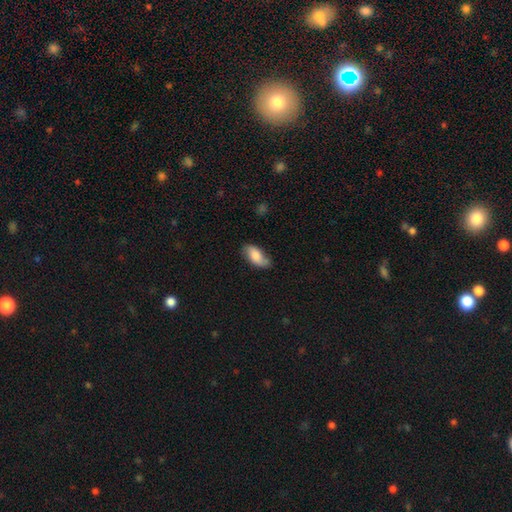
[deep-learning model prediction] This appears to be a smooth galaxy with no disk features (74%) that is in between round and cigar-shaped (91%). Merging: none (64%).